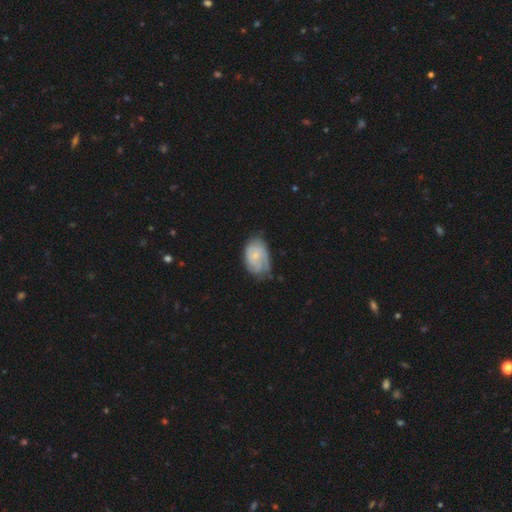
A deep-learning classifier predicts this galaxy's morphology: Q: Smooth or featured?
A: featured or disk (55%); runner-up: smooth (38%)
Q: Edge-on disk?
A: no (97%); runner-up: yes (3%)
Q: Bar?
A: no (75%); runner-up: weak (22%)
Q: Spiral arms?
A: yes (83%); runner-up: no (17%)
Q: Bulge size?
A: small (75%); runner-up: moderate (17%)
Q: Merging?
A: none (52%); runner-up: minor disturbance (34%)